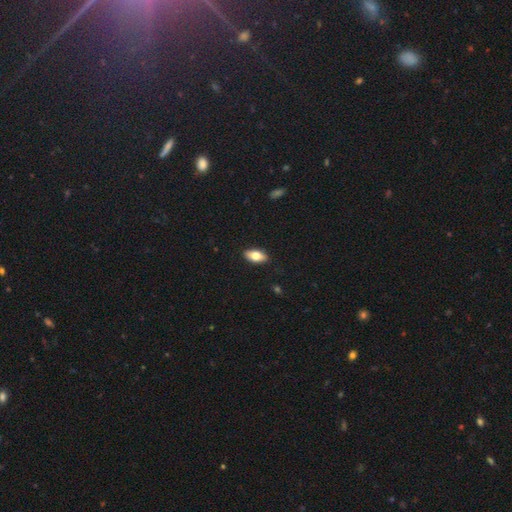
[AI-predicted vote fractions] This appears to be a smooth galaxy with no disk features (73%) that is in between round and cigar-shaped (88%). Merging: none (89%).